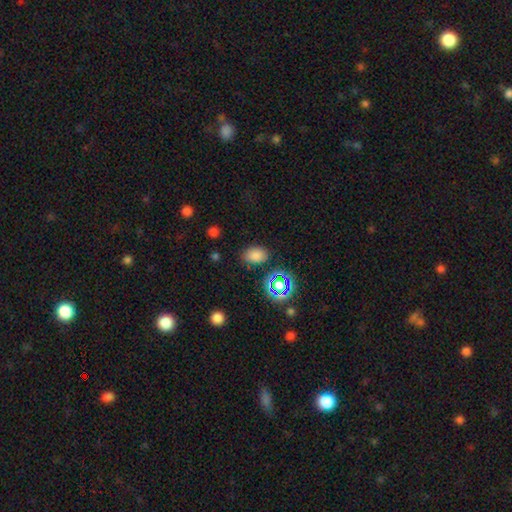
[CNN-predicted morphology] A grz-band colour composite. It shows a smooth galaxy with no disk features (76%) that is in between round and cigar-shaped (80%). Merging: none (81%).